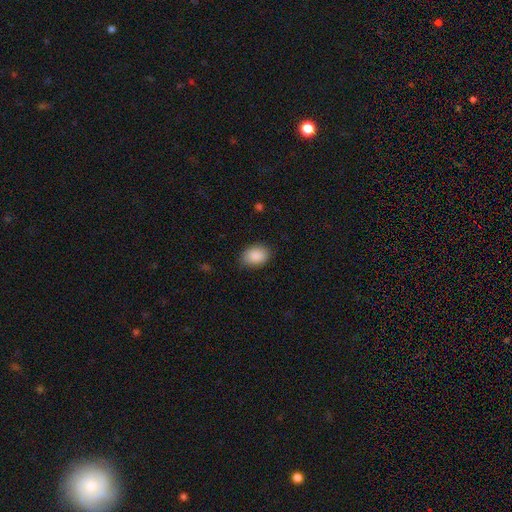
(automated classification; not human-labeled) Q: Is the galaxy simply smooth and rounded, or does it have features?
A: smooth — 88%.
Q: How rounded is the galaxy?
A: in between — 77%.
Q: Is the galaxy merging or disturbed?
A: none — 81%.